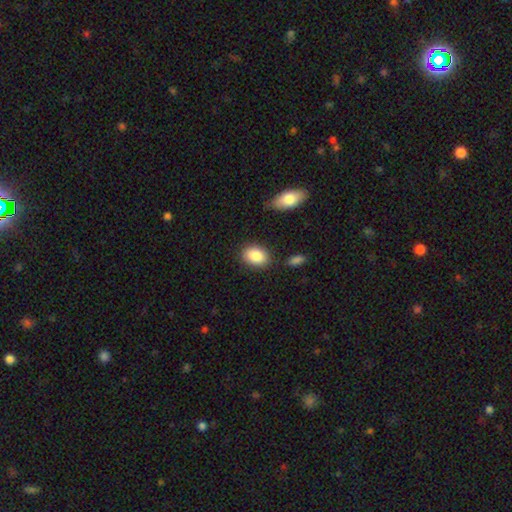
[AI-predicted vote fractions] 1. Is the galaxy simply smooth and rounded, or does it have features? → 86% smooth, 7% star or artifact, 7% featured or disk.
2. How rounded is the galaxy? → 82% in between, 17% round, 1% cigar-shaped.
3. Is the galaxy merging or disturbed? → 81% none, 12% minor disturbance, 4% merger, 3% major disturbance.